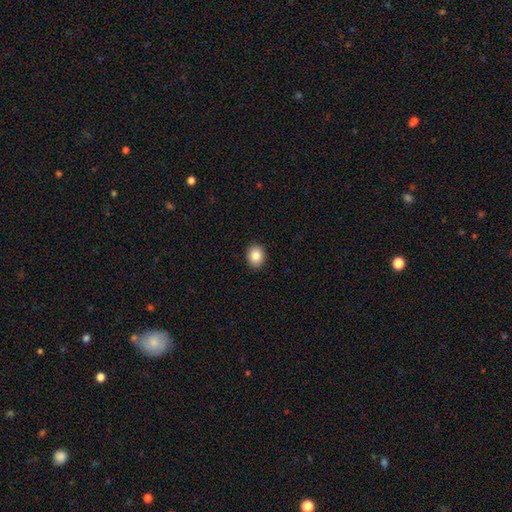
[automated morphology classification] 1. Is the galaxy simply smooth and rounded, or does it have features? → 85% smooth, 9% star or artifact, 6% featured or disk.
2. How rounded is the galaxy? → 61% round, 38% in between, 1% cigar-shaped.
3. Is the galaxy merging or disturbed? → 91% none, 6% minor disturbance, 2% major disturbance, 1% merger.